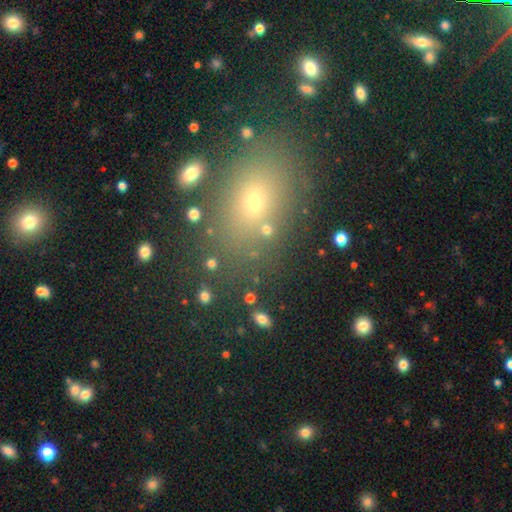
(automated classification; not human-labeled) Smooth or featured: smooth — 62% (star or artifact — 25%)
How rounded: in between — 69% (round — 28%)
Merging: none — 82% (minor disturbance — 10%)